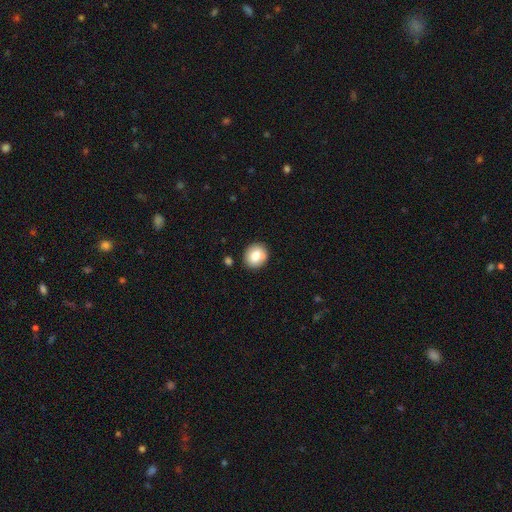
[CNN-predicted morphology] A smooth galaxy with no disk features (78%) that is round (77%).

Vote fractions:
- Smooth or featured? smooth: 78% / featured or disk: 13% / star or artifact: 9%
- How rounded? round: 77% / in between: 22% / cigar-shaped: 1%
- Merging? none: 79% / minor disturbance: 12% / merger: 7% / major disturbance: 3%